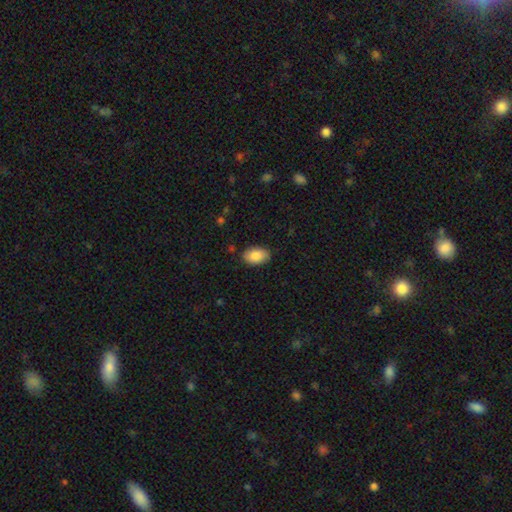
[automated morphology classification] A smooth galaxy with no disk features (88%) that is in between round and cigar-shaped (91%). Merging: none (86%).